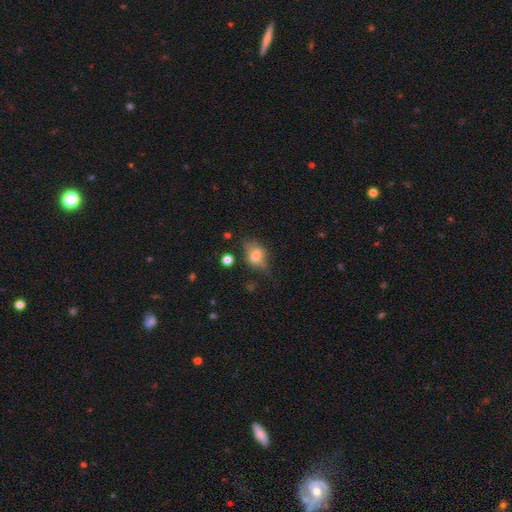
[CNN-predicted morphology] Smooth or featured? Predicted: smooth (p=0.53). How rounded? Predicted: in between (p=0.68). Merging? Predicted: none (p=0.58).